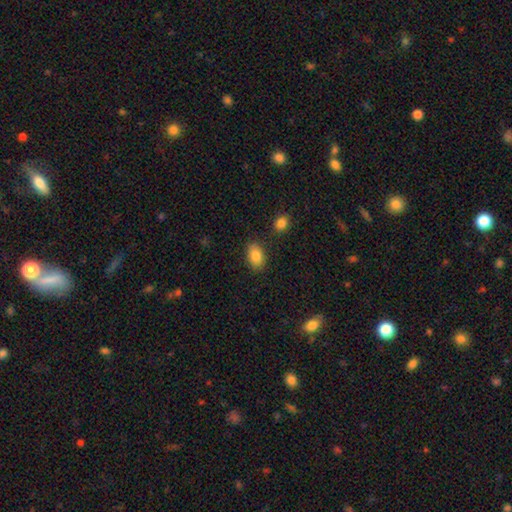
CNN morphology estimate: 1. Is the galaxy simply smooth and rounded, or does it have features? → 85% smooth, 8% star or artifact, 7% featured or disk.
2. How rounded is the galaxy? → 87% in between, 12% round, 2% cigar-shaped.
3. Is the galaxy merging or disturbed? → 82% none, 12% minor disturbance, 3% merger, 3% major disturbance.